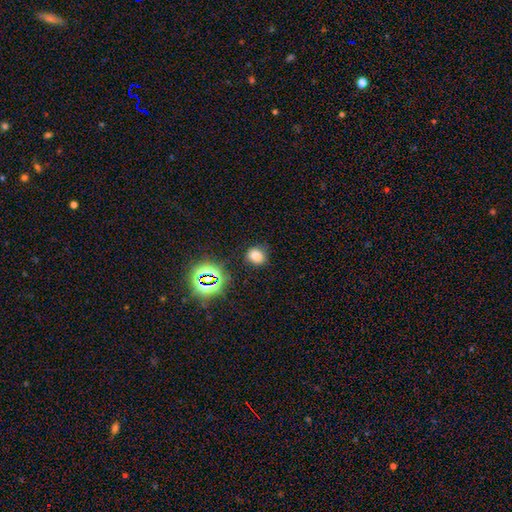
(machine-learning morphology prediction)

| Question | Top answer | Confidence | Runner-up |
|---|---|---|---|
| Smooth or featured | smooth | 72% | star or artifact (21%) |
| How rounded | round | 70% | in between (29%) |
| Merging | none | 81% | minor disturbance (13%) |